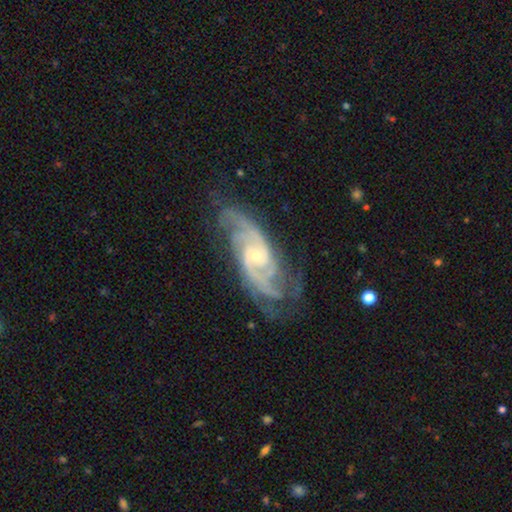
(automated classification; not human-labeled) Smooth or featured?
  - featured or disk: 91% *
  - star or artifact: 5%
  - smooth: 3%
Edge-on disk?
  - no: 95% *
  - yes: 5%
Bar?
  - no: 58% *
  - weak: 33%
  - strong: 10%
Spiral arms?
  - yes: 98% *
  - no: 2%
Spiral winding?
  - tight: 49% *
  - medium: 42%
  - loose: 9%
Spiral arm count?
  - 2: 43% *
  - 3: 24%
  - can't tell: 13%
  - 4: 10%
  - more than 4: 5%
  - 1: 5%
Bulge size?
  - small: 69% *
  - moderate: 27%
  - none: 1%
  - large: 1%
  - dominant: 1%
Merging?
  - none: 71% *
  - minor disturbance: 19%
  - major disturbance: 8%
  - merger: 2%